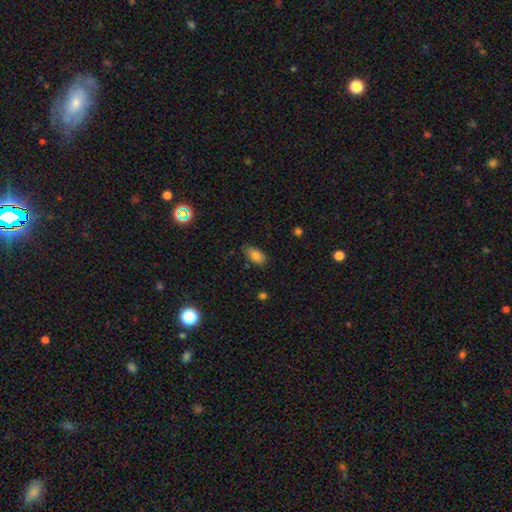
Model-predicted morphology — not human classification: type=smooth (83%); roundness=in between (91%); merging=none (75%).